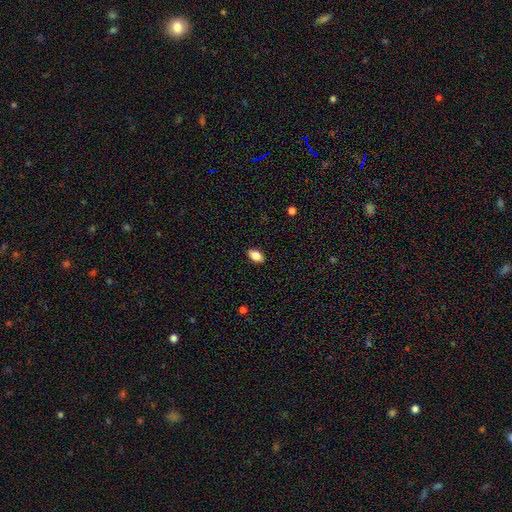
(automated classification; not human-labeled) Overall: smooth (86%). How rounded: in between (91%). Merging: none (89%).